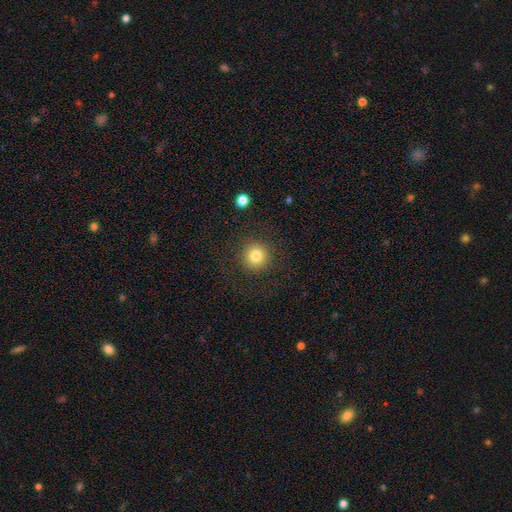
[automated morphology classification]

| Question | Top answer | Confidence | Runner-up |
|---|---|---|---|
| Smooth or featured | smooth | 81% | star or artifact (12%) |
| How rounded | round | 94% | in between (5%) |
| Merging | none | 89% | minor disturbance (7%) |